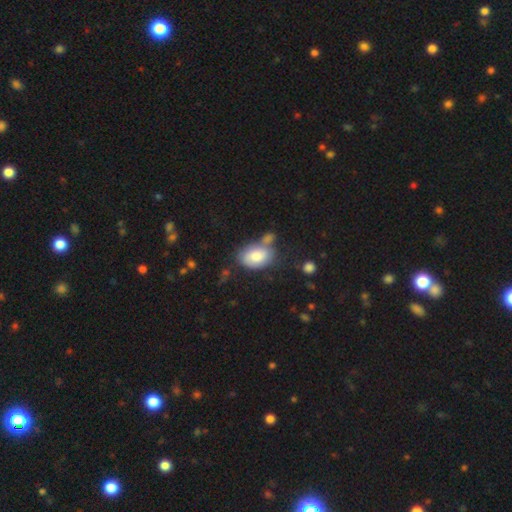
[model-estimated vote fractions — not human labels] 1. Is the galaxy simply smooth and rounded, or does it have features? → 81% smooth, 12% featured or disk, 7% star or artifact.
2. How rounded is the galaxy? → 87% in between, 11% round, 1% cigar-shaped.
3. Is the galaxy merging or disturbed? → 53% none, 20% minor disturbance, 20% merger, 7% major disturbance.